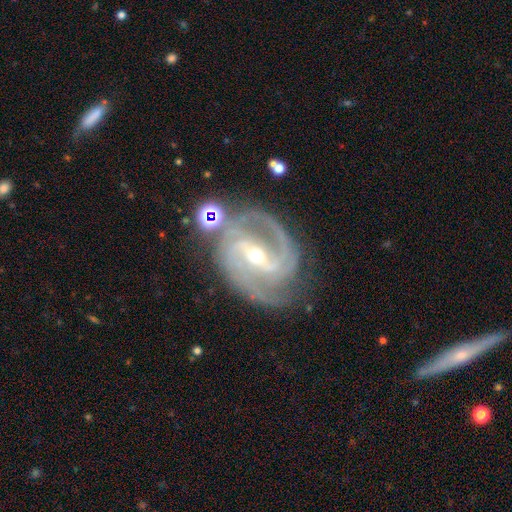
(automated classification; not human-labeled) A featured or disk galaxy (92%) with a strong bar (49%), 2 (56%) medium (50%) spiral arms (98%) and a small central bulge (55%). Merging: none (70%).